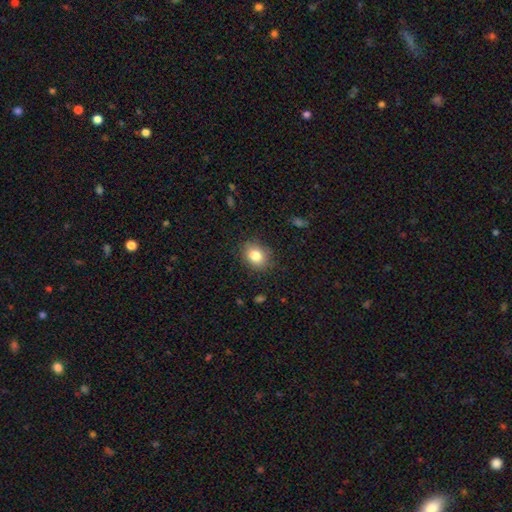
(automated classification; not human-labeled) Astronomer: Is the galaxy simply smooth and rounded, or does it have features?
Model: smooth — 83%.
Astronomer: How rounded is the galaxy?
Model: in between — 55% (runner-up: round, 44%).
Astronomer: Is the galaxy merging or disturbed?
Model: none — 85%.